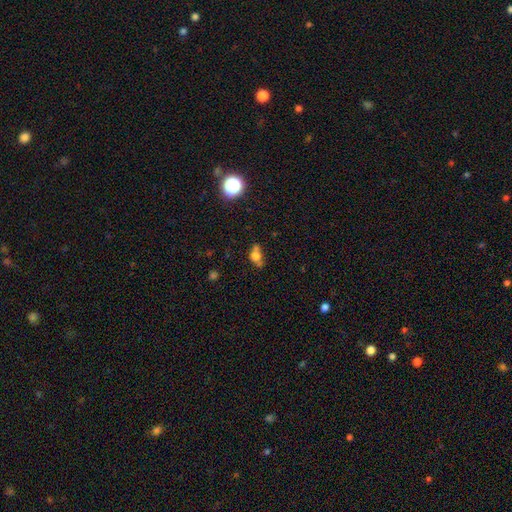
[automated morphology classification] smooth-or-featured: smooth: 64% | star or artifact: 18% | featured or disk: 18%
  how-rounded: round: 49% | in between: 48% | cigar-shaped: 3%
  merging: none: 37% | merger: 35% | minor disturbance: 17% | major disturbance: 11%